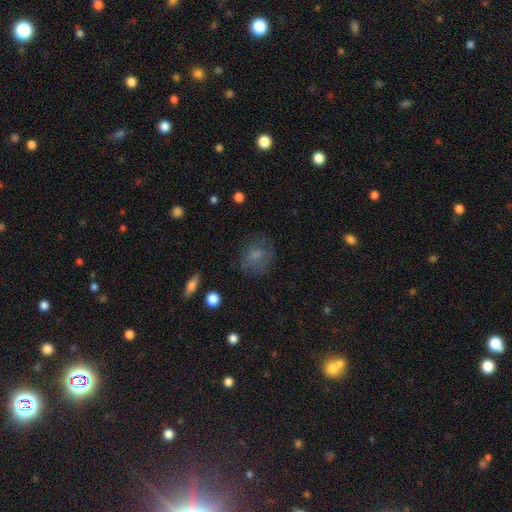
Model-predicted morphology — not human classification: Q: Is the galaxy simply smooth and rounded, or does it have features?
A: smooth — 70%.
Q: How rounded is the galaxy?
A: round — 64%.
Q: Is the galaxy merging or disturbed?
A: none — 65%.